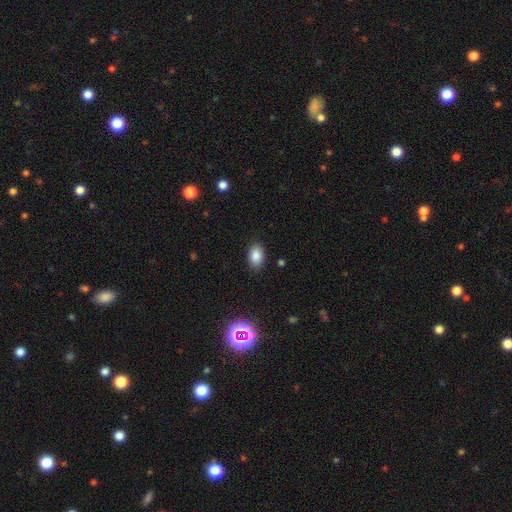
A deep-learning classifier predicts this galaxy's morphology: Smooth or featured? Predicted: smooth (p=0.85). How rounded? Predicted: in between (p=0.87). Merging? Predicted: none (p=0.86).